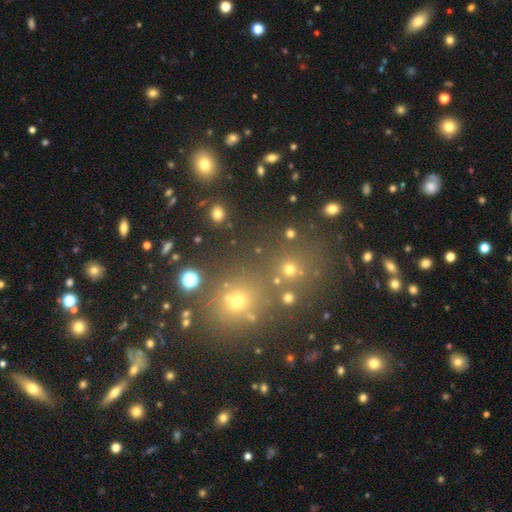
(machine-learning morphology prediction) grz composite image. It shows a star or artifact, not a galaxy (50%).